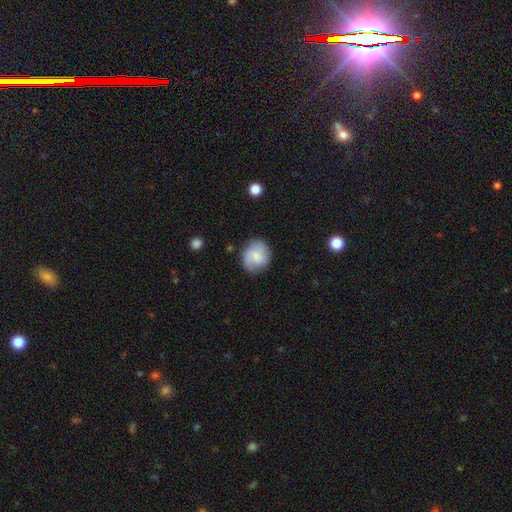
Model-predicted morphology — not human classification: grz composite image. It shows a smooth galaxy with no disk features (59%) that is round (73%). Merging: none (73%).